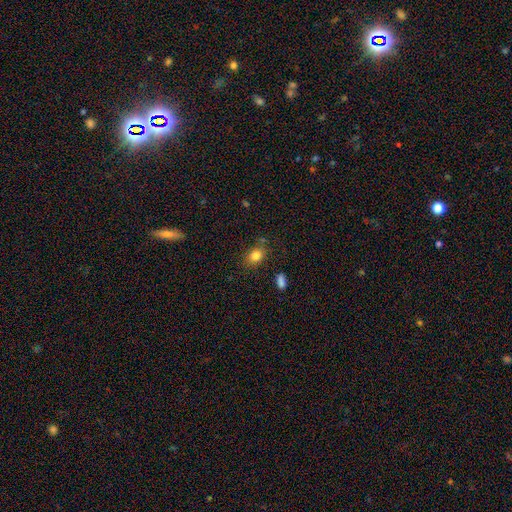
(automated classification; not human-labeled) Smooth or featured: smooth — 83% (star or artifact — 10%)
How rounded: in between — 70% (round — 29%)
Merging: none — 77% (minor disturbance — 15%)